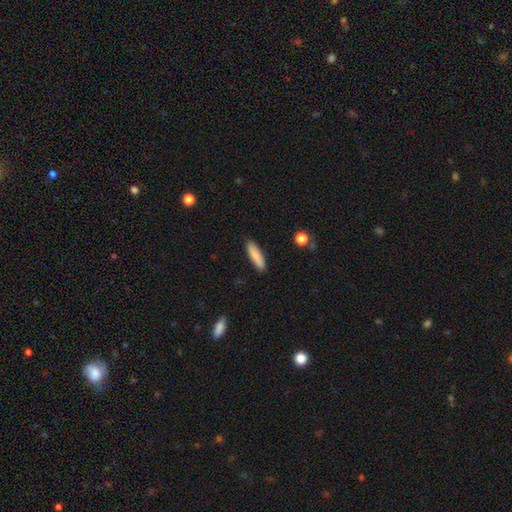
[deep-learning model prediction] The model was most divided on "how rounded": cigar-shaped: 73%, in between: 25%, round: 1%. More confident: merging — none (89%); smooth or featured — smooth (86%).